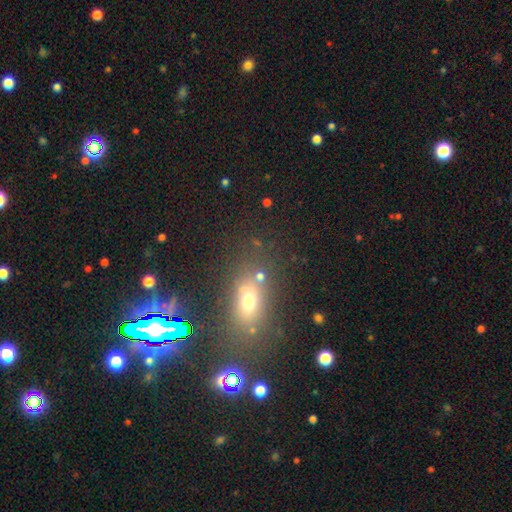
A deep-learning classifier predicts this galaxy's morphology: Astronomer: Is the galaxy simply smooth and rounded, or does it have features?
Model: star or artifact — 44% (runner-up: smooth, 40%).